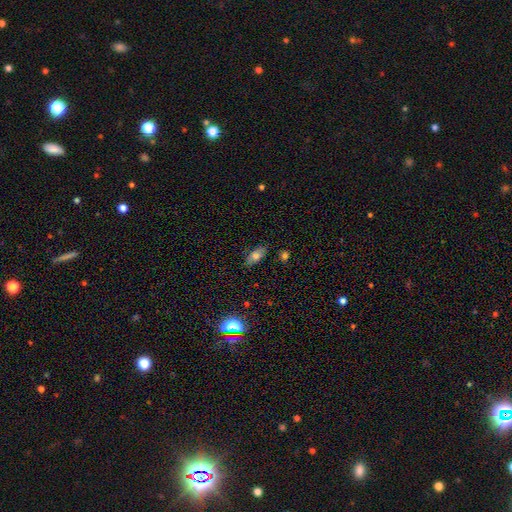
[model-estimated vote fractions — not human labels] A smooth galaxy with no disk features (70%) that is in between round and cigar-shaped (84%). Merging: none (82%).